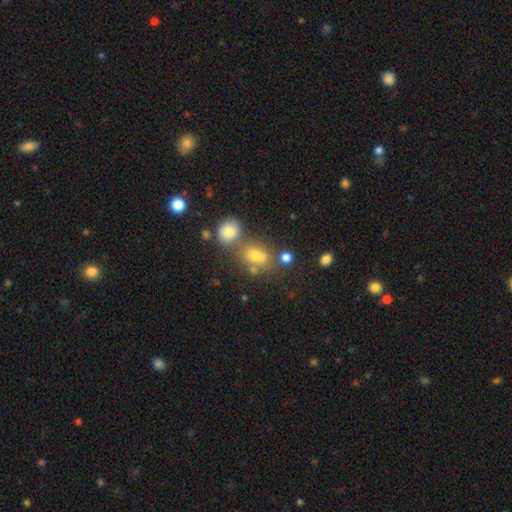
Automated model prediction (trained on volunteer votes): Morphology: type=smooth (71%); roundness=in between (72%); merging=none (50%).